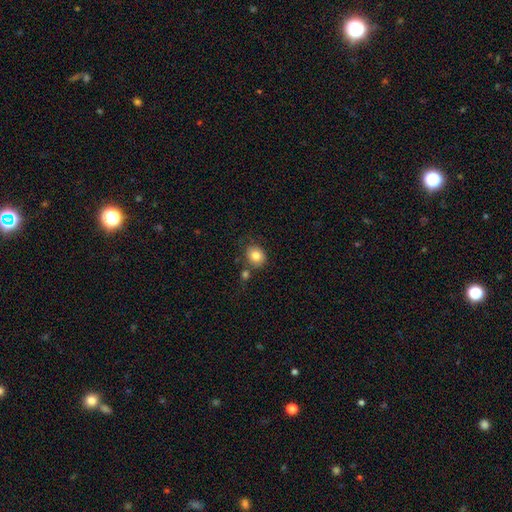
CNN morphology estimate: A smooth galaxy with no disk features (83%) that is round (69%). Merging: none (68%).